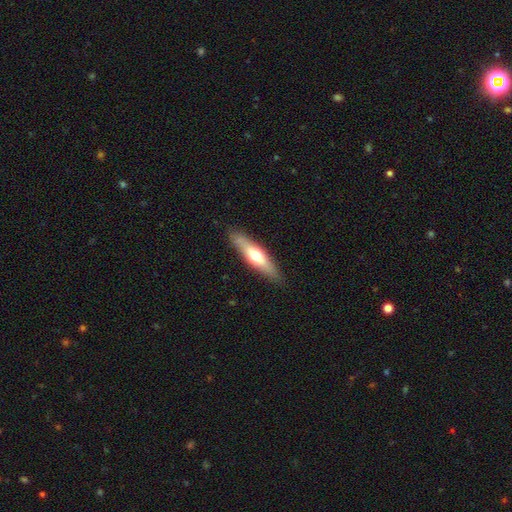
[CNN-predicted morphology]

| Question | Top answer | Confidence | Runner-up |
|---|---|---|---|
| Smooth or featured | smooth | 50% | featured or disk (45%) |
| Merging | none | 86% | minor disturbance (11%) |